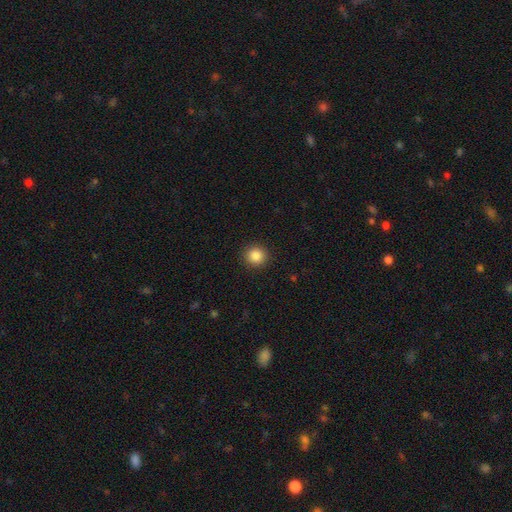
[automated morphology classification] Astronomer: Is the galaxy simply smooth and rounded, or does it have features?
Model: smooth — 86%.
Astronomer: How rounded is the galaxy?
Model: round — 93%.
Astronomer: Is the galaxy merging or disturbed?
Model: none — 92%.